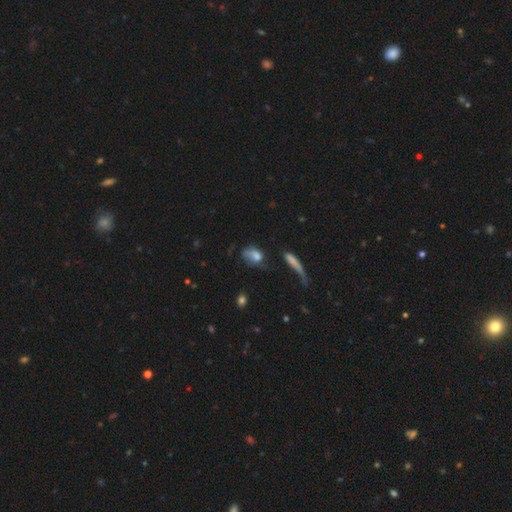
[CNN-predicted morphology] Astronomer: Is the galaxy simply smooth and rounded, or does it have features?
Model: smooth — 63%.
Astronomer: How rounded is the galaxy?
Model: in between — 74%.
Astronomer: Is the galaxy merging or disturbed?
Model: major disturbance — 34% (runner-up: none, 31%).